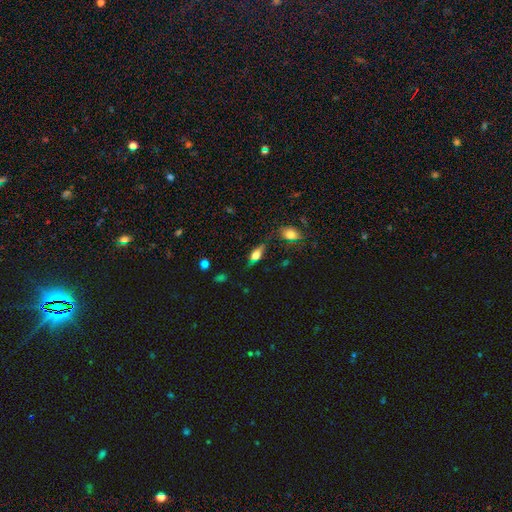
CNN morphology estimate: This appears to be a smooth galaxy with no disk features (46%). Merging: none (72%).